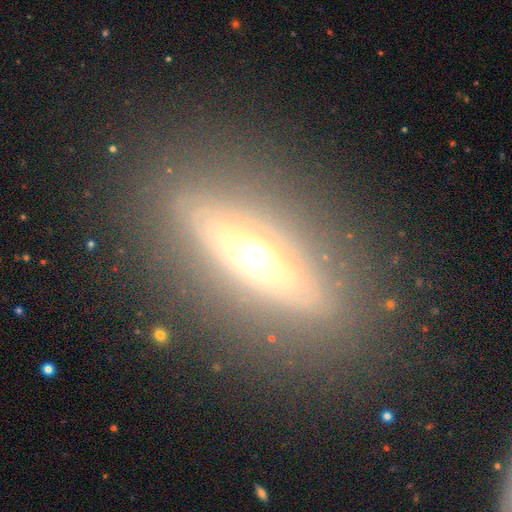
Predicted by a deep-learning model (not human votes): Smooth or featured? Predicted: featured or disk (p=0.66). Edge-on disk? Predicted: yes (p=0.51). Merging? Predicted: none (p=0.77).